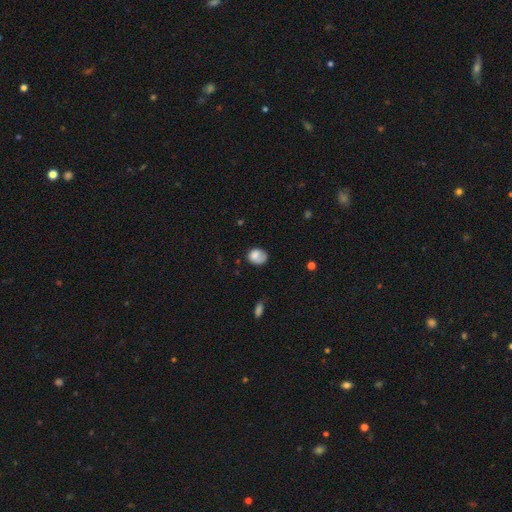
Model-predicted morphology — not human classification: type=smooth (77%); roundness=round (51%); merging=none (54%).